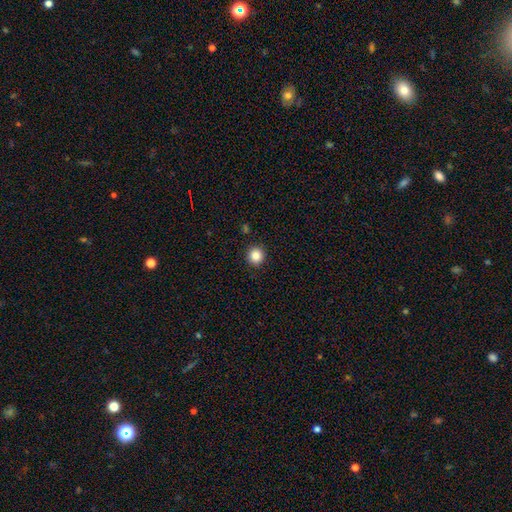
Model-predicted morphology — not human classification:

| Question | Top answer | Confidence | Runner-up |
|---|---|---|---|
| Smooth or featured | smooth | 86% | star or artifact (10%) |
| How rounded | round | 94% | in between (5%) |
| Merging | none | 92% | minor disturbance (5%) |